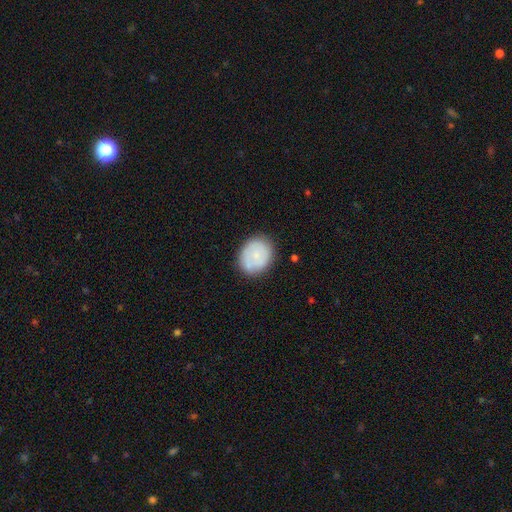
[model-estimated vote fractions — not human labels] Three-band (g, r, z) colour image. It shows a smooth galaxy with no disk features (68%) that is round (55%). Merging: none (77%).